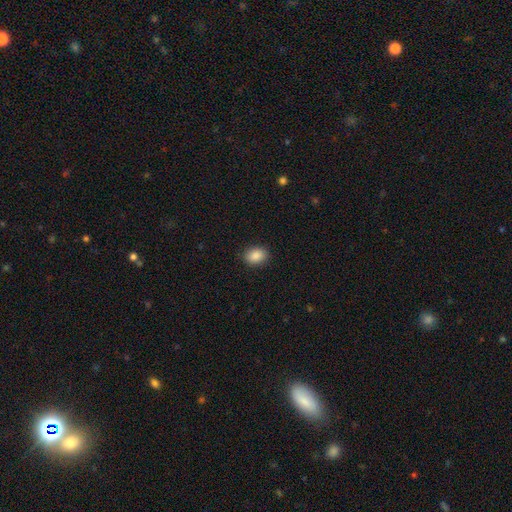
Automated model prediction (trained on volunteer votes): A smooth galaxy with no disk features (89%) that is in between round and cigar-shaped (66%).

Vote fractions:
- Smooth or featured? smooth: 89% / star or artifact: 8% / featured or disk: 3%
- How rounded? in between: 66% / round: 33% / cigar-shaped: 1%
- Merging? none: 89% / minor disturbance: 8% / major disturbance: 2% / merger: 1%